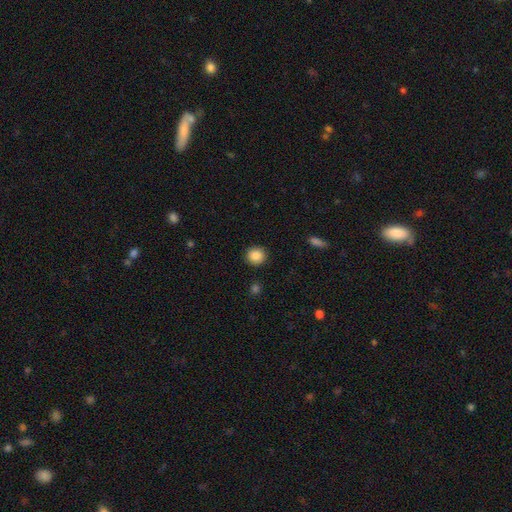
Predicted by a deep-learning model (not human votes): Morphology: type=smooth (87%); roundness=round (86%); merging=none (90%).